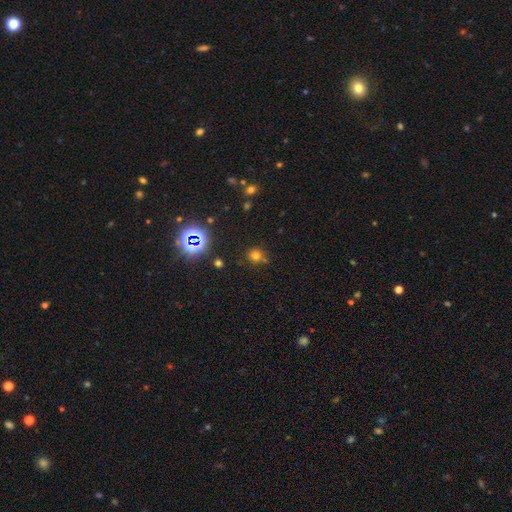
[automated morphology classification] smooth-or-featured: smooth: 68% | star or artifact: 25% | featured or disk: 7%
  how-rounded: round: 87% | in between: 12% | cigar-shaped: 1%
  merging: none: 68% | minor disturbance: 14% | merger: 13% | major disturbance: 5%